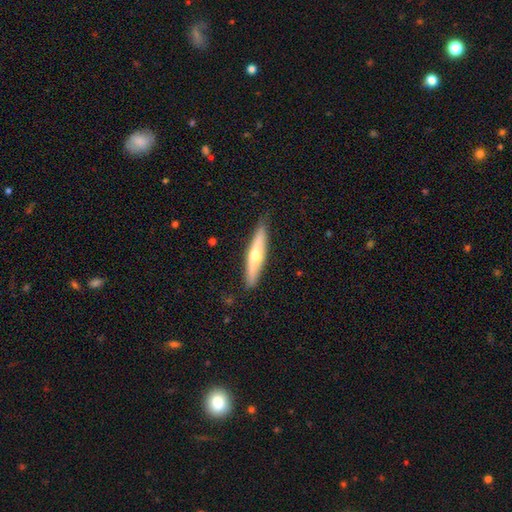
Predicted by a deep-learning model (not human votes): A featured or disk galaxy (53%) viewed edge-on (90%). Merging: none (87%).